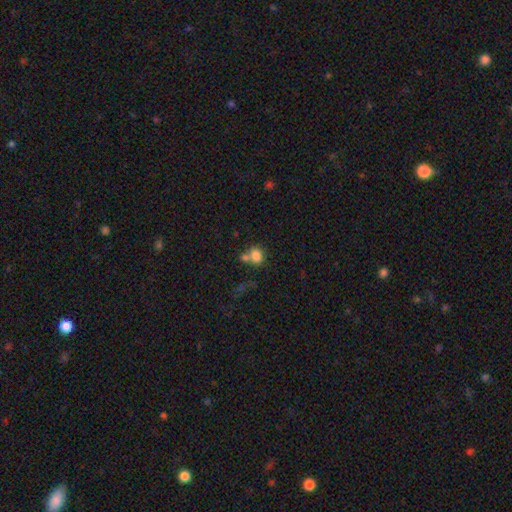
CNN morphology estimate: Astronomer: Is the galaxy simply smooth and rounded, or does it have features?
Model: smooth — 80%.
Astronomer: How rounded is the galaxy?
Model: round — 53% (runner-up: in between, 45%).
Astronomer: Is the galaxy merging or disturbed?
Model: none — 43% (runner-up: merger, 41%).